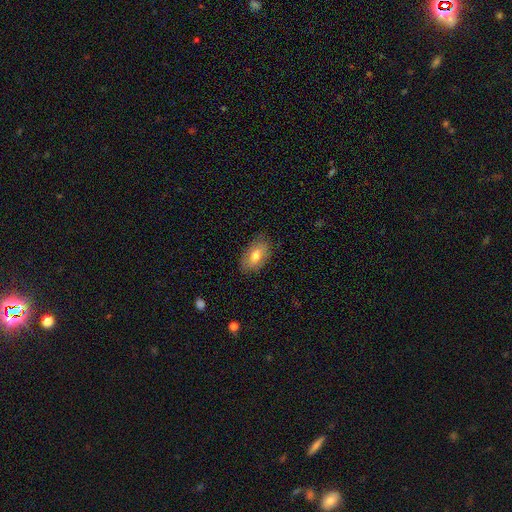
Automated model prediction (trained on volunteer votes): A smooth galaxy with no disk features (69%) that is in between round and cigar-shaped (91%).

Vote fractions:
- Smooth or featured? smooth: 69% / featured or disk: 24% / star or artifact: 7%
- How rounded? in between: 91% / round: 6% / cigar-shaped: 3%
- Merging? none: 82% / minor disturbance: 14% / major disturbance: 3% / merger: 1%